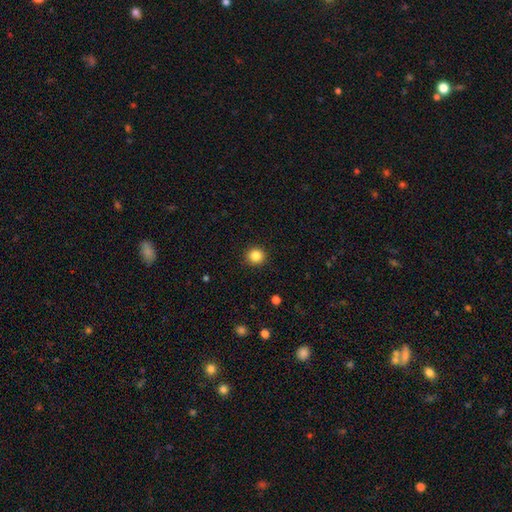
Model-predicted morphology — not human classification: This is clearly a smooth galaxy (85%). How rounded: clearly round (93%). Merging: clearly none (92%).